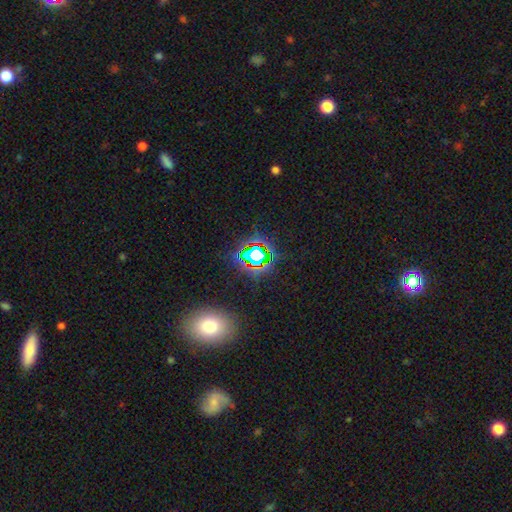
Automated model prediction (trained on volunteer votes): This is likely a star or artifact rather than a galaxy (73%).